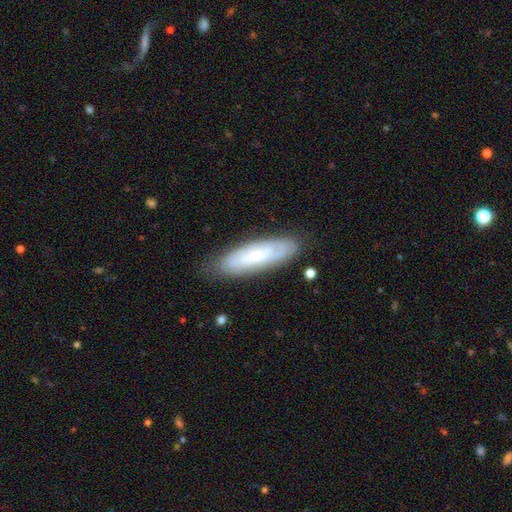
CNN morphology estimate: Q: Smooth or featured?
A: featured or disk (58%); runner-up: smooth (36%)
Q: Edge-on disk?
A: no (77%); runner-up: yes (23%)
Q: Merging?
A: none (78%); runner-up: minor disturbance (16%)